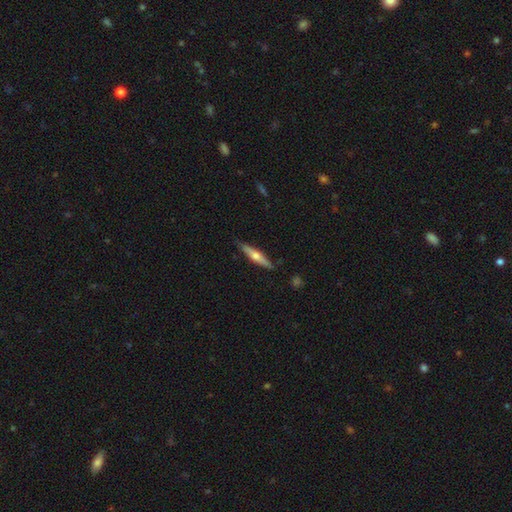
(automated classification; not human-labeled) Smooth or featured?
  - featured or disk: 55% *
  - smooth: 39%
  - star or artifact: 5%
Edge-on disk?
  - yes: 94% *
  - no: 6%
Edge-on bulge?
  - rounded: 89% *
  - none: 7%
  - boxy: 4%
Merging?
  - none: 85% *
  - minor disturbance: 12%
  - major disturbance: 2%
  - merger: 2%